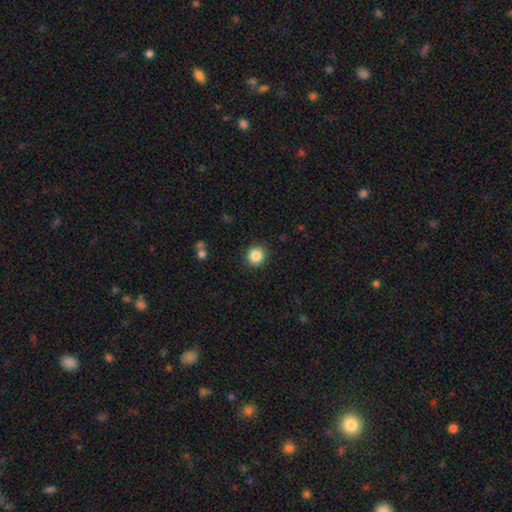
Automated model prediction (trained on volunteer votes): smooth 86%, star or artifact 10%, featured or disk 4%. Down the decision tree: how rounded — round (91%); merging — none (91%).